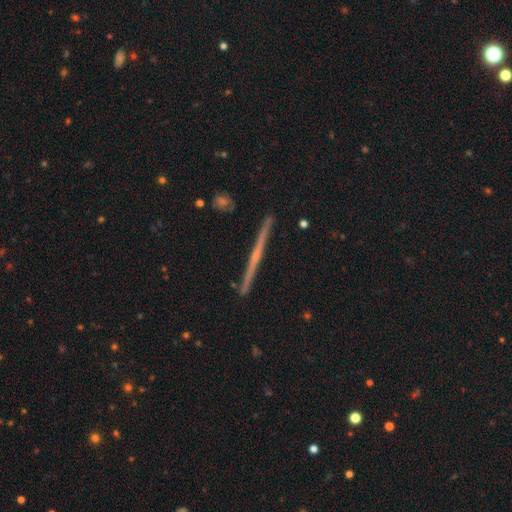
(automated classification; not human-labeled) Morphology: type=featured or disk (69%); edge-on=yes (97%); edge-on bulge=none (54%); merging=none (89%).